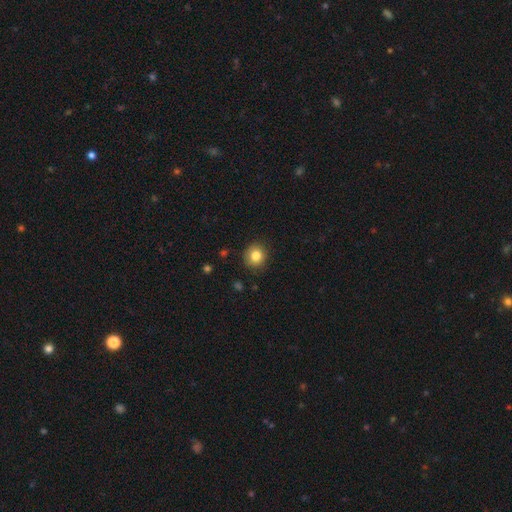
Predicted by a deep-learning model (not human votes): Q: Smooth or featured?
A: smooth (83%); runner-up: star or artifact (10%)
Q: How rounded?
A: round (85%); runner-up: in between (14%)
Q: Merging?
A: none (87%); runner-up: minor disturbance (10%)